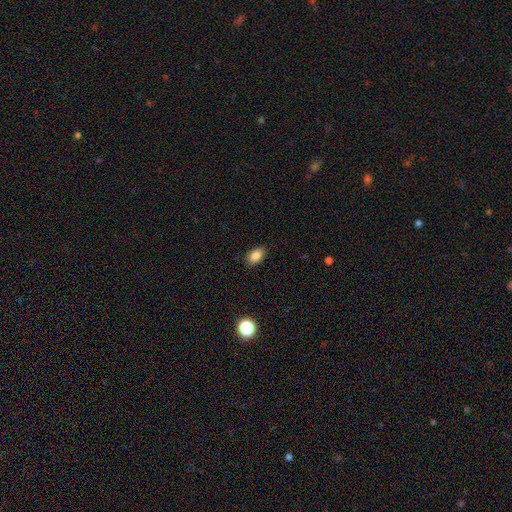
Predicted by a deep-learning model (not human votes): A smooth galaxy with no disk features (85%) that is in between round and cigar-shaped (88%).

Vote fractions:
- Smooth or featured? smooth: 85% / star or artifact: 9% / featured or disk: 6%
- How rounded? in between: 88% / round: 10% / cigar-shaped: 2%
- Merging? none: 87% / minor disturbance: 10% / major disturbance: 2% / merger: 1%